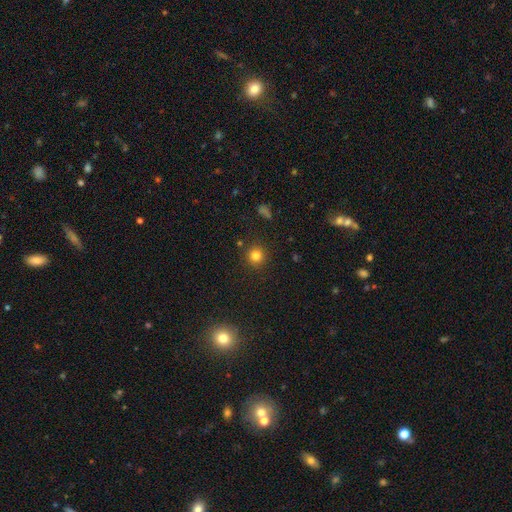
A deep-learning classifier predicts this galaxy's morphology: type=smooth (81%); roundness=round (93%); merging=none (88%).